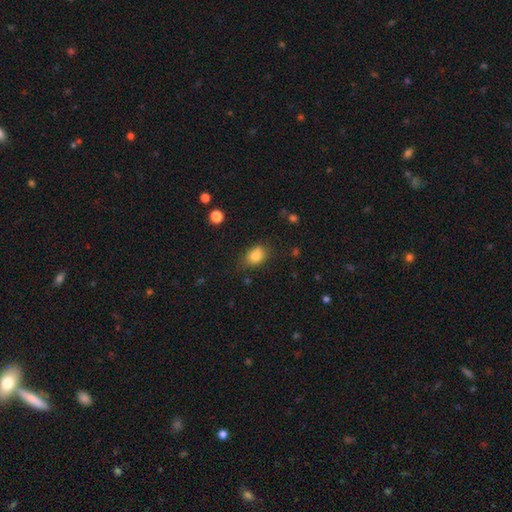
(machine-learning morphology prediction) Smooth or featured? Predicted: smooth (p=0.83). How rounded? Predicted: in between (p=0.70). Merging? Predicted: none (p=0.69).